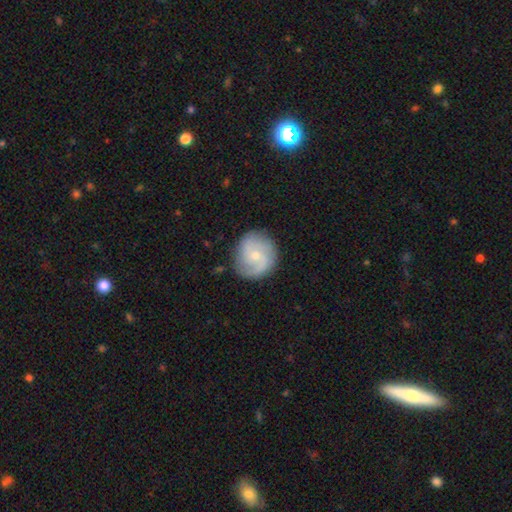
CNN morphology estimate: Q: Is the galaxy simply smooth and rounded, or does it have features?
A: featured or disk — 71%.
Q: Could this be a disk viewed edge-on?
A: no — 98%.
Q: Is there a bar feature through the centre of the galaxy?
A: no — 61%.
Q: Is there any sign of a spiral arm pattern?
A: yes — 93%.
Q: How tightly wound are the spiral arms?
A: medium — 46%.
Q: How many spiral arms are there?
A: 2 — 60%.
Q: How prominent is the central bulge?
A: small — 62%.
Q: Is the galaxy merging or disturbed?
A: none — 81%.